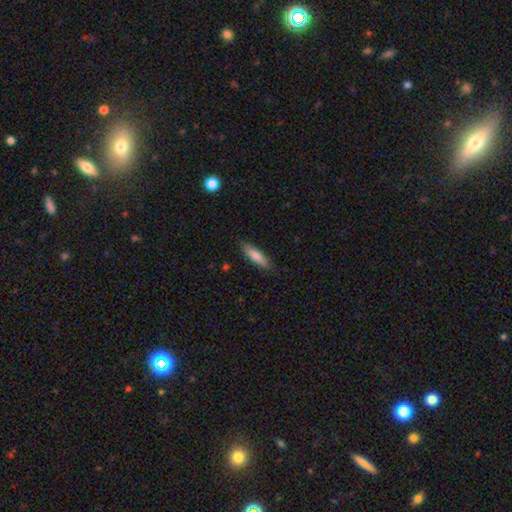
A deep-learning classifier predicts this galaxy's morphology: This appears to be a smooth galaxy with no disk features (77%) that is cigar-shaped (64%). Merging: none (86%).